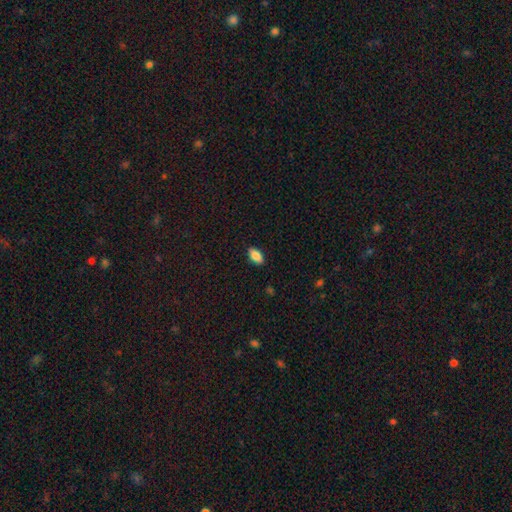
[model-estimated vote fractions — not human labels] This is clearly a smooth galaxy (86%). How rounded: clearly in between (92%). Merging: clearly none (88%).